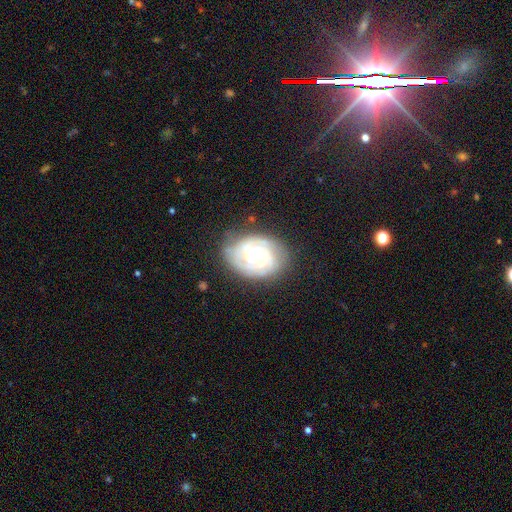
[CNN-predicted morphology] Overall: featured or disk (80%). Edge-on disk: no (97%). Bar: no (60%; weak 32%). Spiral arms: yes (93%). Spiral arm count: 2 (32%; can't tell 30%). Spiral winding: tight (66%; medium 28%). Bulge size: small (52%; moderate 44%). Merging: none (74%).